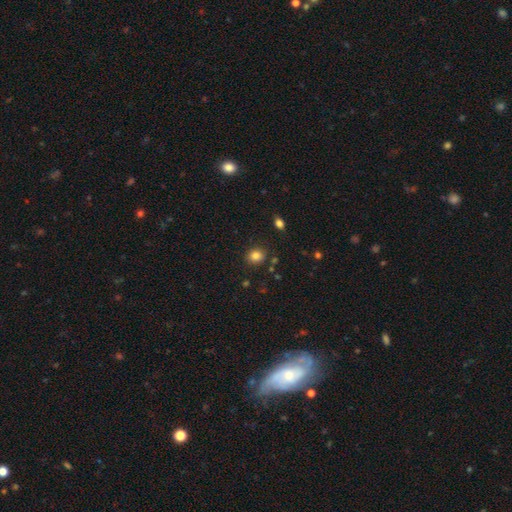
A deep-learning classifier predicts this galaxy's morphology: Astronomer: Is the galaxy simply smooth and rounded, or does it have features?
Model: smooth — 82%.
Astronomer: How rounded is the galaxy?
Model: round — 67%.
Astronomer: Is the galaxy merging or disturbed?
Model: none — 85%.